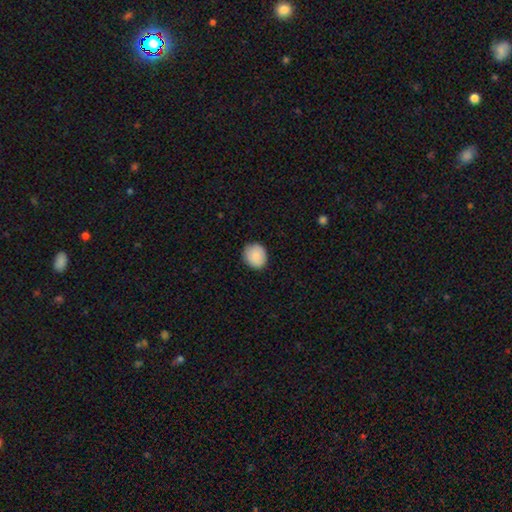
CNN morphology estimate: Smooth or featured: smooth — 88% (star or artifact — 7%)
How rounded: round — 78% (in between — 21%)
Merging: none — 88% (minor disturbance — 10%)